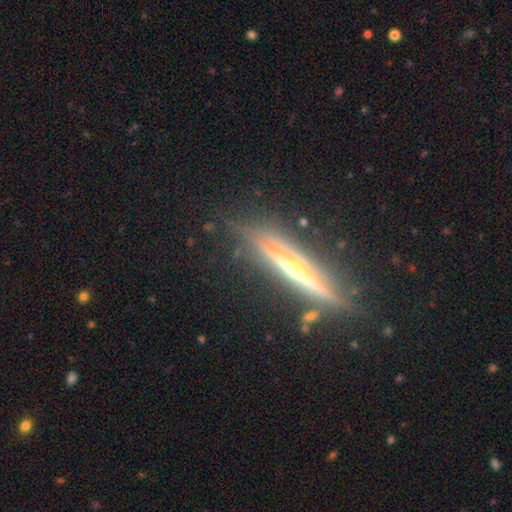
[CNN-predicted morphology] This appears to be a featured or disk galaxy (75%) viewed edge-on (92%) with a rounded central bulge (67%). Merging: none (75%).